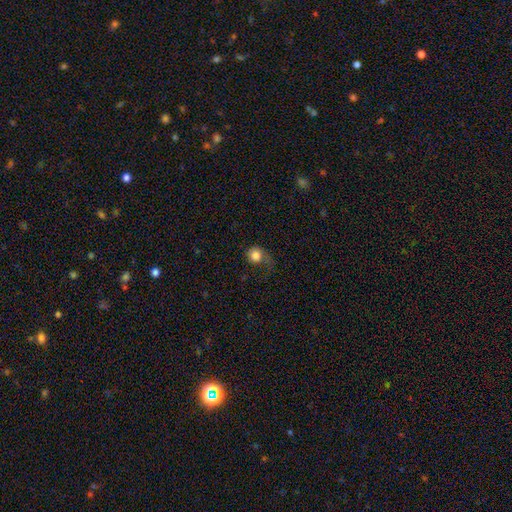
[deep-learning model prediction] A smooth galaxy with no disk features (81%) that is round (82%). Merging: none (43%).